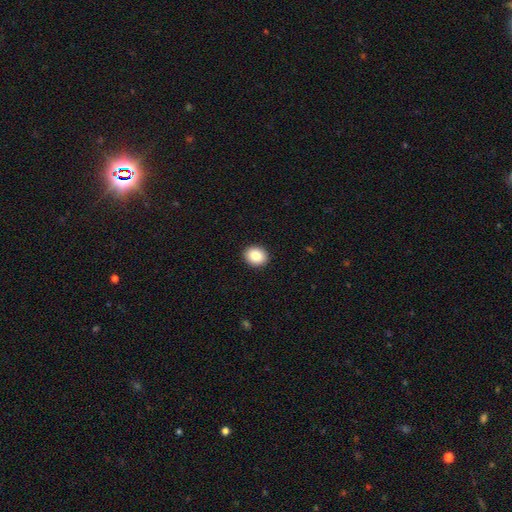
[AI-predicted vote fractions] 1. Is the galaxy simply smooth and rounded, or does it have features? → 87% smooth, 8% star or artifact, 5% featured or disk.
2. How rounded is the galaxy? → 52% round, 48% in between, 1% cigar-shaped.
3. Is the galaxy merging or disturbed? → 92% none, 6% minor disturbance, 2% major disturbance, 1% merger.